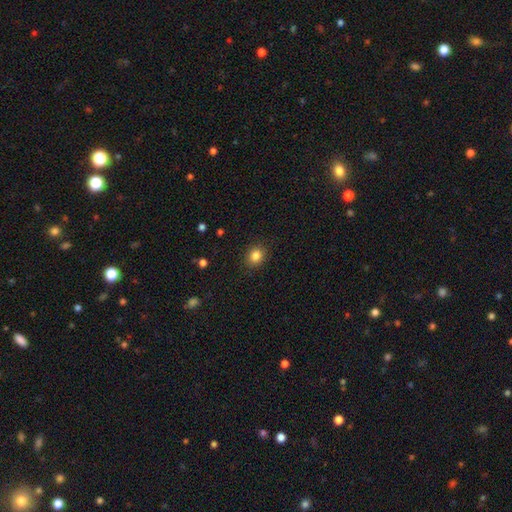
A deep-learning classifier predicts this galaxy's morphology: This is clearly a smooth galaxy (84%). How rounded: likely round (62%). Merging: clearly none (88%).